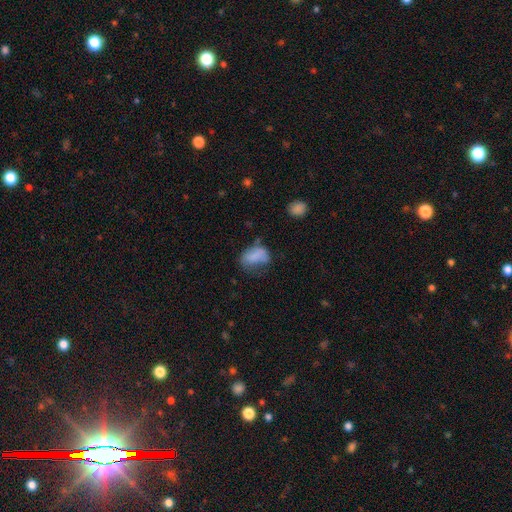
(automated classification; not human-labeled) Smooth or featured? smooth (76%)
How rounded? in between (85%)
Merging? none (37%)